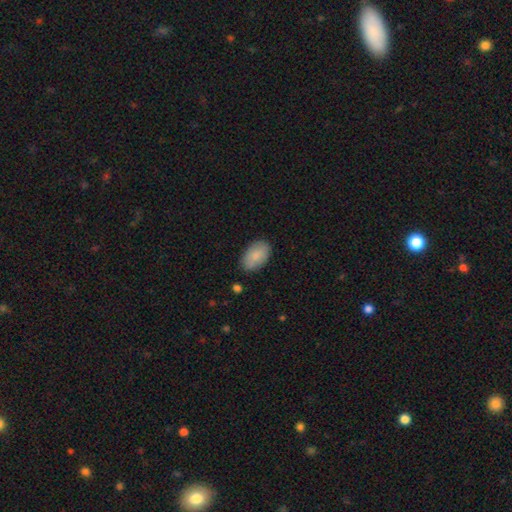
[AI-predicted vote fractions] Q: Smooth or featured?
A: smooth (87%); runner-up: featured or disk (7%)
Q: How rounded?
A: in between (92%); runner-up: round (6%)
Q: Merging?
A: none (83%); runner-up: minor disturbance (13%)